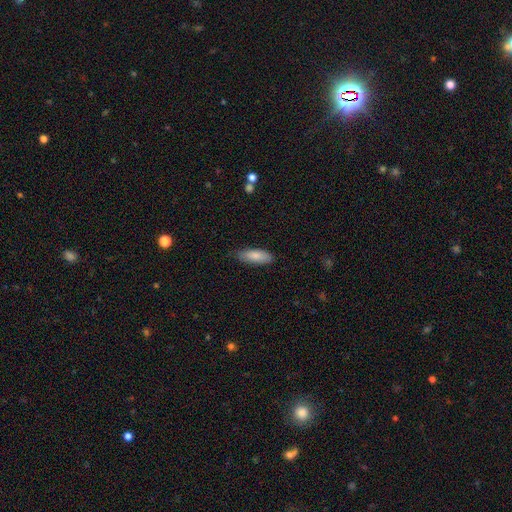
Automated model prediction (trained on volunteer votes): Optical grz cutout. It shows a smooth galaxy with no disk features (85%) that is in between round and cigar-shaped (68%). Merging: none (77%).